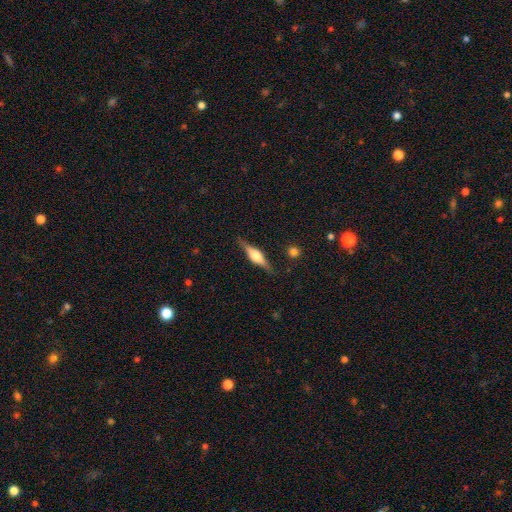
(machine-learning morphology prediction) This appears to be a featured or disk galaxy (71%) viewed edge-on (97%) with a rounded central bulge (85%). Merging: none (86%).